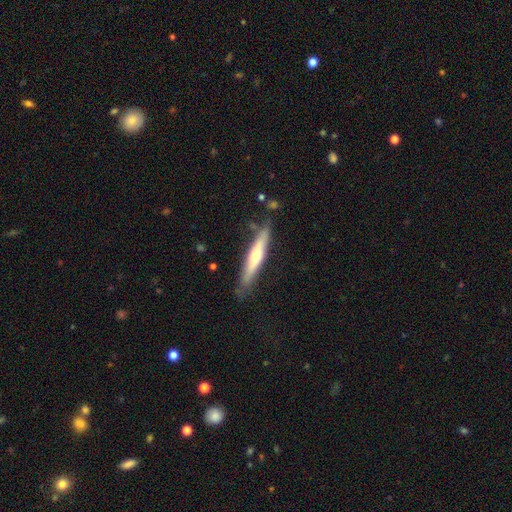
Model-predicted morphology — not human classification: Q: Smooth or featured?
A: featured or disk (50%); runner-up: smooth (44%)
Q: Edge-on disk?
A: yes (90%); runner-up: no (10%)
Q: Merging?
A: none (80%); runner-up: minor disturbance (15%)